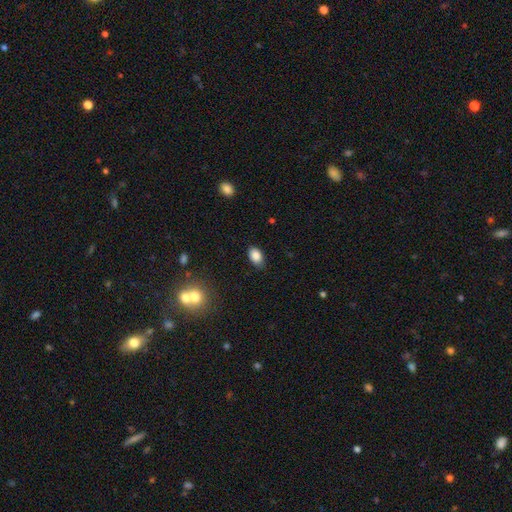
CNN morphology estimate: A smooth galaxy with no disk features (86%) that is in between round and cigar-shaped (88%).

Vote fractions:
- Smooth or featured? smooth: 86% / star or artifact: 9% / featured or disk: 5%
- How rounded? in between: 88% / round: 11% / cigar-shaped: 1%
- Merging? none: 80% / minor disturbance: 16% / major disturbance: 3% / merger: 1%